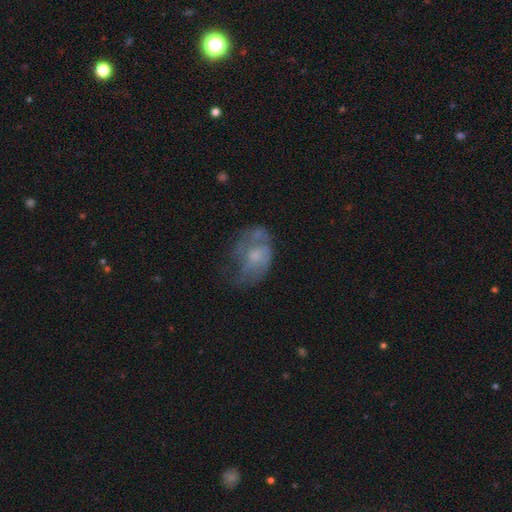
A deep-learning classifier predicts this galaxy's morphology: smooth-or-featured: featured or disk: 51% | smooth: 38% | star or artifact: 10%
  disk-edge-on: no: 97% | yes: 3%
  merging: none: 35% | major disturbance: 33% | minor disturbance: 28% | merger: 4%